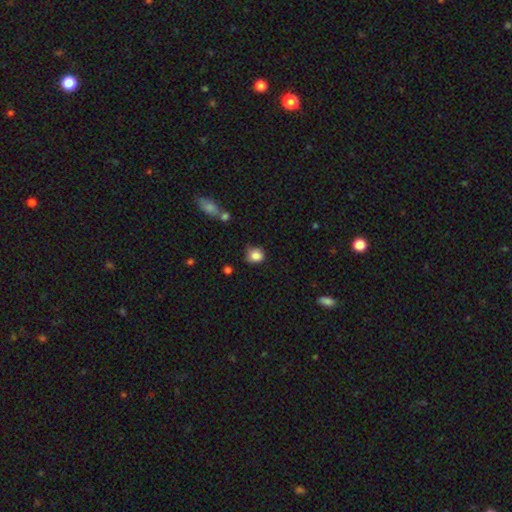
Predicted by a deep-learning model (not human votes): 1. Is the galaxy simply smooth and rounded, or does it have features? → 84% smooth, 10% star or artifact, 6% featured or disk.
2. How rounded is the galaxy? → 68% round, 31% in between, 1% cigar-shaped.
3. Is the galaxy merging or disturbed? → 55% none, 34% minor disturbance, 8% major disturbance, 4% merger.